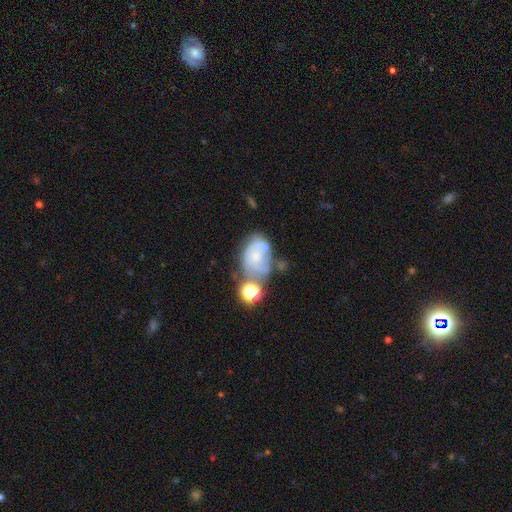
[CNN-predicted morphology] Smooth or featured? Predicted: featured or disk (p=0.47). Merging? Predicted: none (p=0.31).